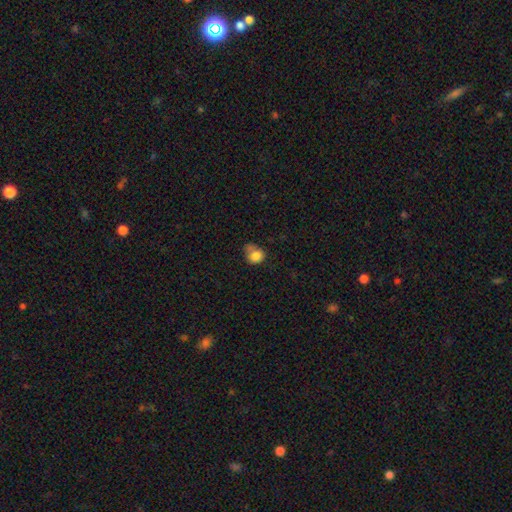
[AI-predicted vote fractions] Overall: smooth (81%). How rounded: round (69%; in between 30%). Merging: none (40%; minor disturbance 30%).